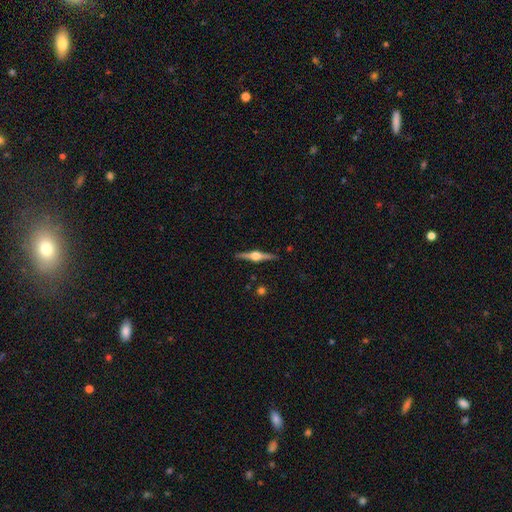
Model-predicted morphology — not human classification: Smooth or featured? Predicted: featured or disk (p=0.84). Edge-on disk? Predicted: yes (p=0.98). Edge-on bulge? Predicted: rounded (p=0.95). Merging? Predicted: none (p=0.91).